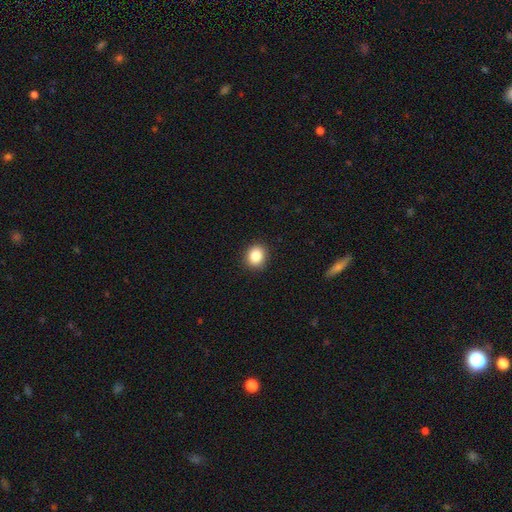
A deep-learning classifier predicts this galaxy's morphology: The model was most divided on "how rounded": round: 76%, in between: 23%, cigar-shaped: 1%. More confident: merging — none (91%); smooth or featured — smooth (86%).